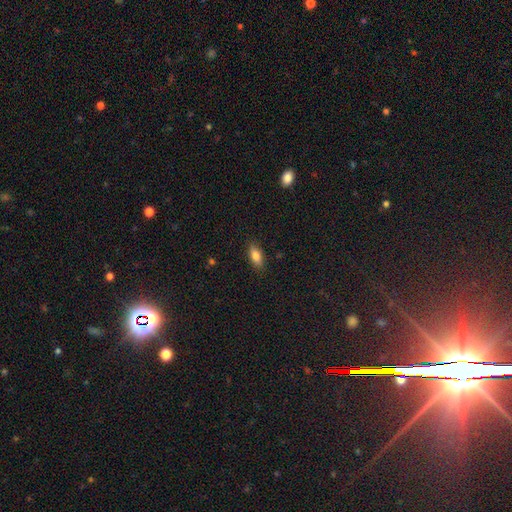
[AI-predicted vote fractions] Smooth or featured: smooth — 82% (featured or disk — 11%)
How rounded: in between — 79% (cigar-shaped — 18%)
Merging: none — 87% (minor disturbance — 10%)